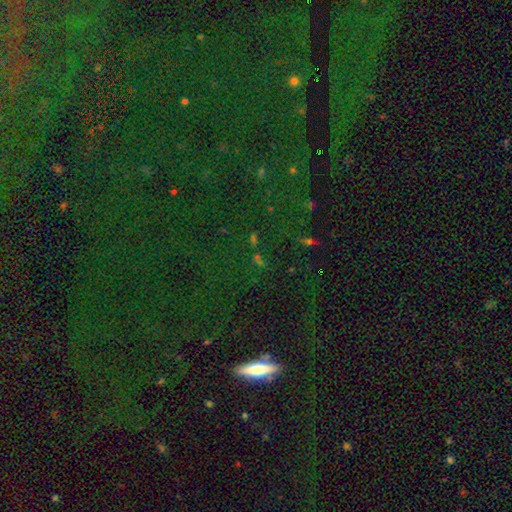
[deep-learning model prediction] This appears to be a star or artifact, not a galaxy (67%).